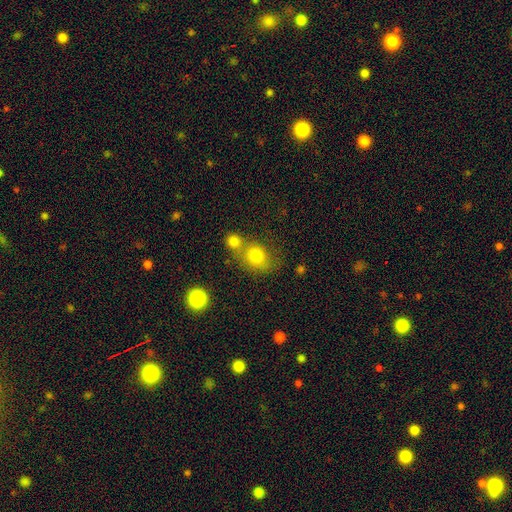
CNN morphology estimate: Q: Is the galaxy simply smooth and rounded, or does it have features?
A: smooth — 78%.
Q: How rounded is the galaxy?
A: round — 66%.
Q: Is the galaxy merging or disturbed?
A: none — 44%.